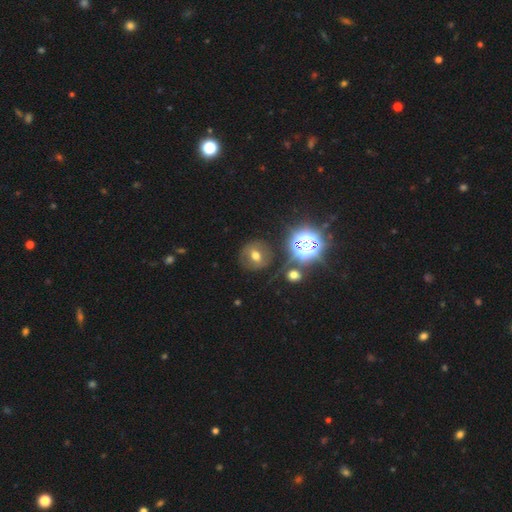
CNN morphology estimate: Smooth or featured? smooth (49%)
Merging? none (79%)